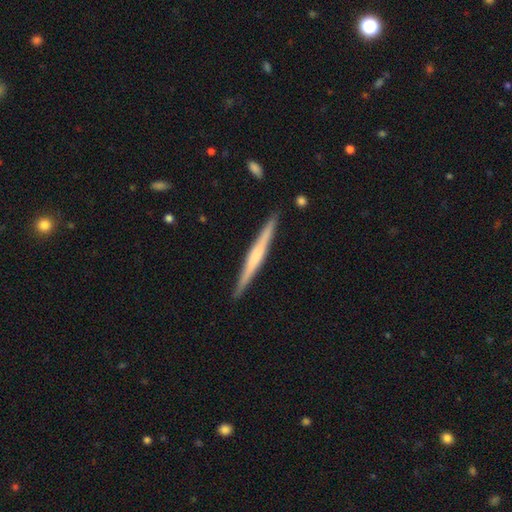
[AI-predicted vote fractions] Smooth or featured? Predicted: featured or disk (p=0.63). Edge-on disk? Predicted: yes (p=0.98). Edge-on bulge? Predicted: none (p=0.43). Merging? Predicted: none (p=0.91).